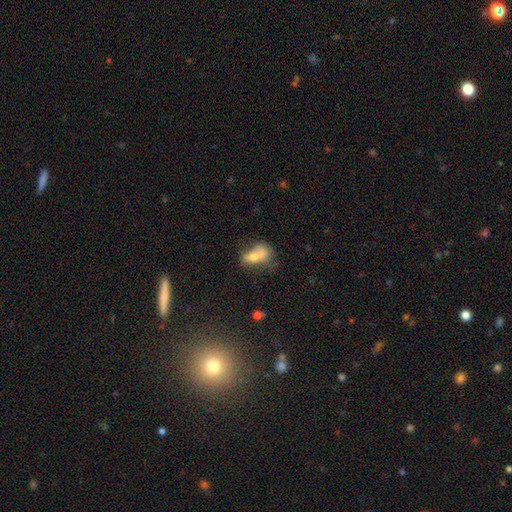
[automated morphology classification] type=smooth (65%); roundness=in between (75%); merging=merger (55%).